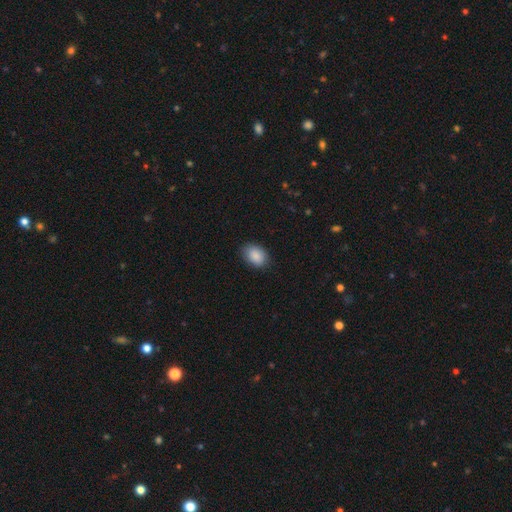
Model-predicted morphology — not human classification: The model was most divided on "how rounded": in between: 81%, round: 18%, cigar-shaped: 1%. More confident: smooth or featured — smooth (89%); merging — none (84%).